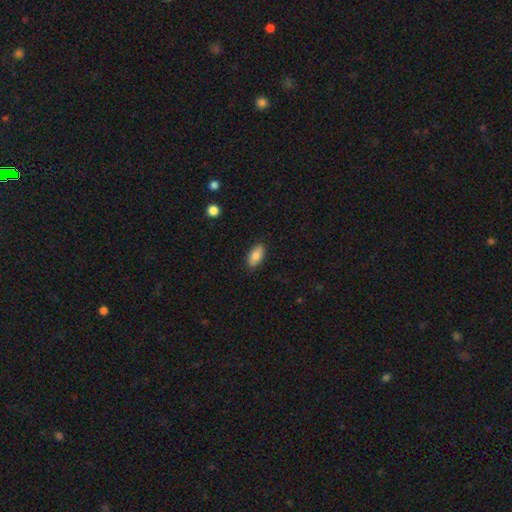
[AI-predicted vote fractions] smooth 85%, featured or disk 8%, star or artifact 7%. Down the decision tree: how rounded — in between (90%); merging — none (87%).